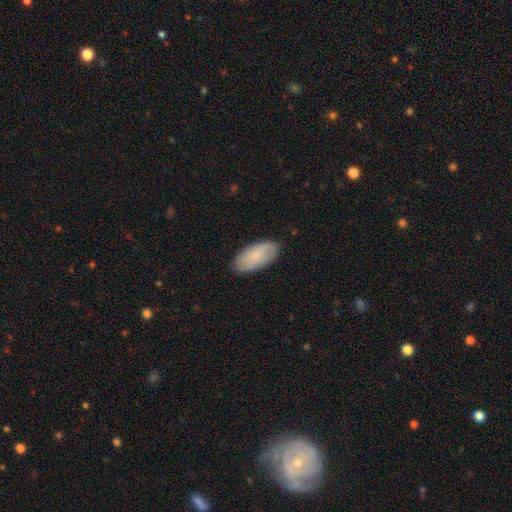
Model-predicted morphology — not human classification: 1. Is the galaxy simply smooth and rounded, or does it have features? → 77% smooth, 17% featured or disk, 6% star or artifact.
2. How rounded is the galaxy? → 93% in between, 5% cigar-shaped, 2% round.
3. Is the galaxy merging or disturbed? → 84% none, 13% minor disturbance, 2% major disturbance, 1% merger.